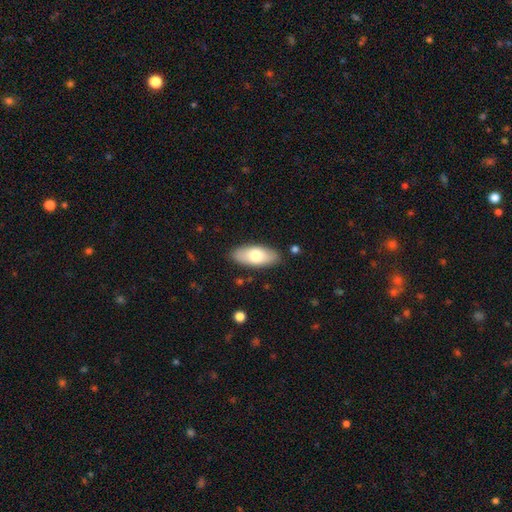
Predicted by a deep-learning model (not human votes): Smooth or featured: smooth — 73% (featured or disk — 22%)
How rounded: in between — 85% (cigar-shaped — 13%)
Merging: none — 86% (minor disturbance — 10%)